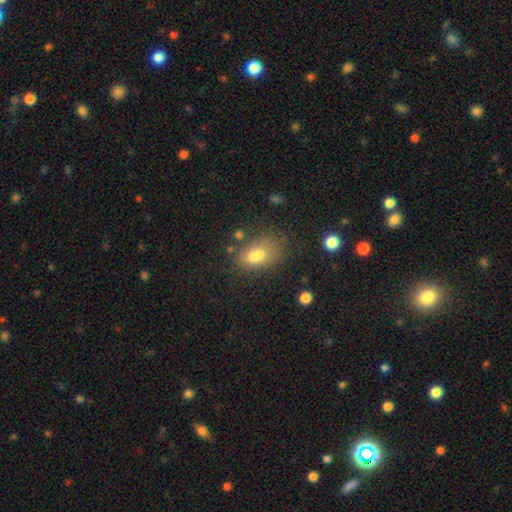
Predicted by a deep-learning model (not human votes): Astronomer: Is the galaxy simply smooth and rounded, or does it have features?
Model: smooth — 69%.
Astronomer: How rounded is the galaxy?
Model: in between — 79%.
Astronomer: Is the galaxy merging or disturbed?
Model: none — 42% (runner-up: merger, 25%).